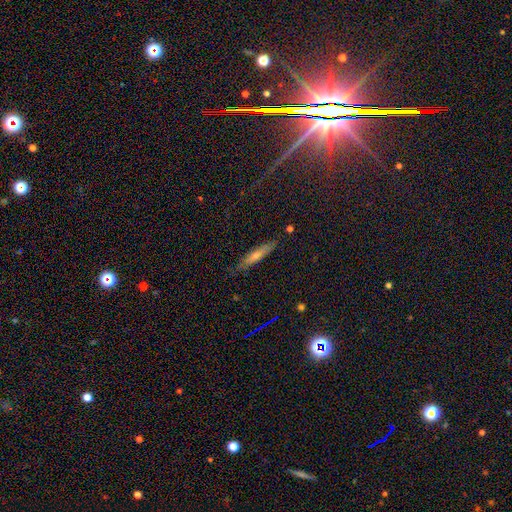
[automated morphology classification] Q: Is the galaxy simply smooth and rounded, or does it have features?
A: smooth — 46%.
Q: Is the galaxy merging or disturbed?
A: none — 85%.